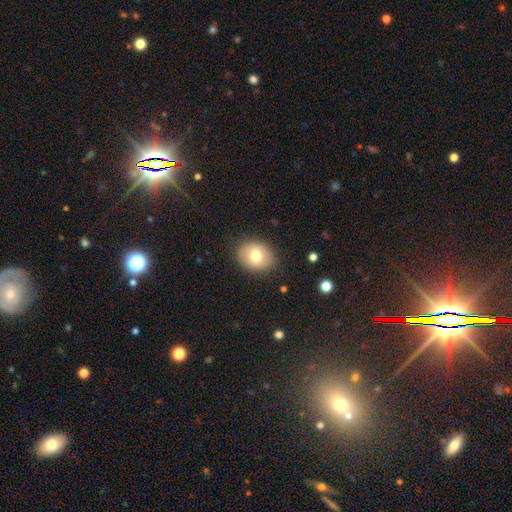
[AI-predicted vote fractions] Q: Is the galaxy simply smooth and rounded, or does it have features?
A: smooth — 75%.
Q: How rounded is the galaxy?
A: in between — 50%.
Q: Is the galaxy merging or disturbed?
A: none — 84%.